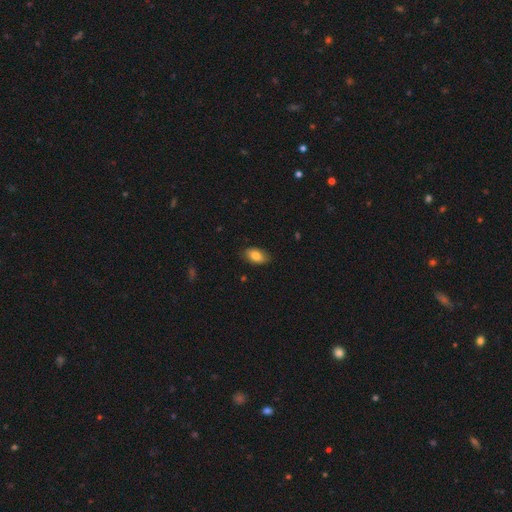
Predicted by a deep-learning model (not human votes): Smooth or featured? Predicted: smooth (p=0.82). How rounded? Predicted: in between (p=0.92). Merging? Predicted: none (p=0.84).